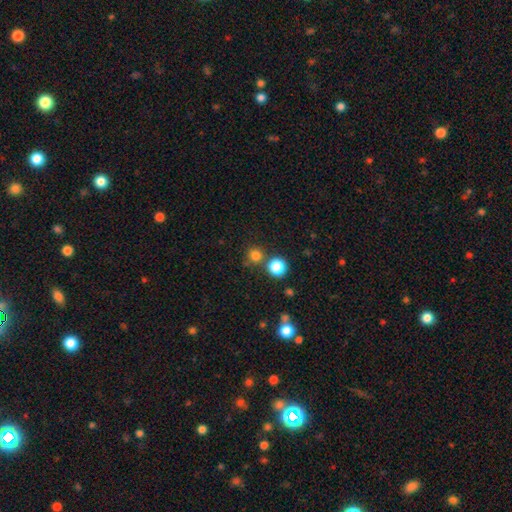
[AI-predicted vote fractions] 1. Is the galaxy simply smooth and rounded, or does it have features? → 78% smooth, 17% star or artifact, 5% featured or disk.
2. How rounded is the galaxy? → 92% round, 7% in between, 1% cigar-shaped.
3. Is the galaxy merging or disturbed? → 73% none, 16% merger, 8% minor disturbance, 3% major disturbance.